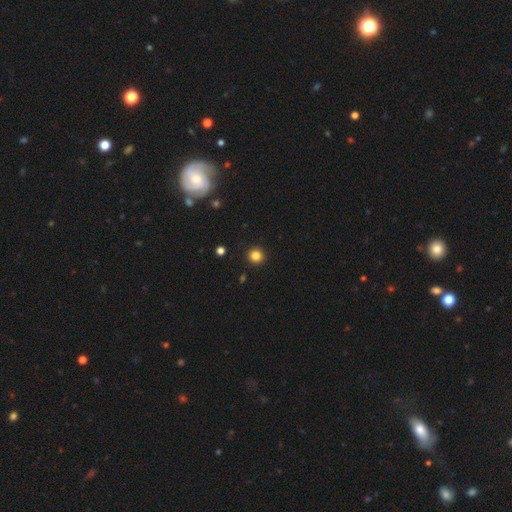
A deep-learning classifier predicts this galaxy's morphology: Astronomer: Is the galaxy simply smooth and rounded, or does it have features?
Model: smooth — 84%.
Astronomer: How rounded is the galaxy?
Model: round — 94%.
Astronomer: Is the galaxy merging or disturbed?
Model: none — 93%.